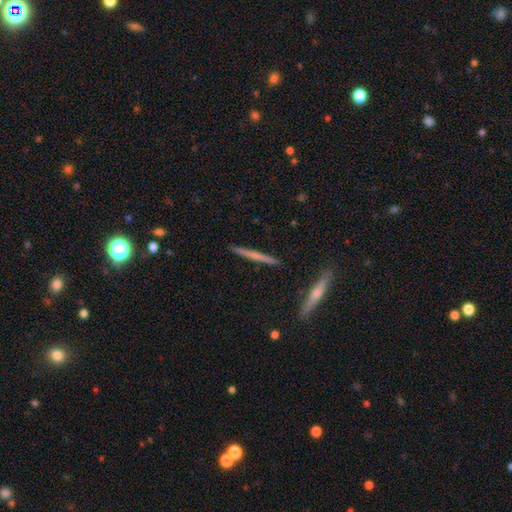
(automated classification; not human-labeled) The model was most divided on "smooth or featured" (2-way tie): featured or disk: 47%, smooth: 47%, star or artifact: 5%. More confident: merging — none (90%).